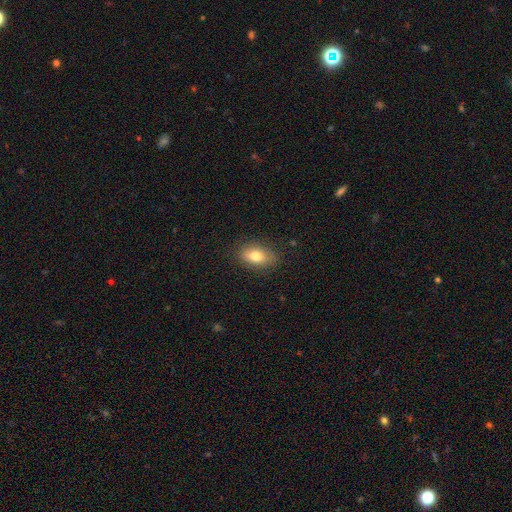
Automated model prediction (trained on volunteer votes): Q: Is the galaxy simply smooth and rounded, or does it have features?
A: smooth — 77%.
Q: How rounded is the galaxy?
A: in between — 85%.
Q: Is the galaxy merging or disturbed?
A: none — 84%.